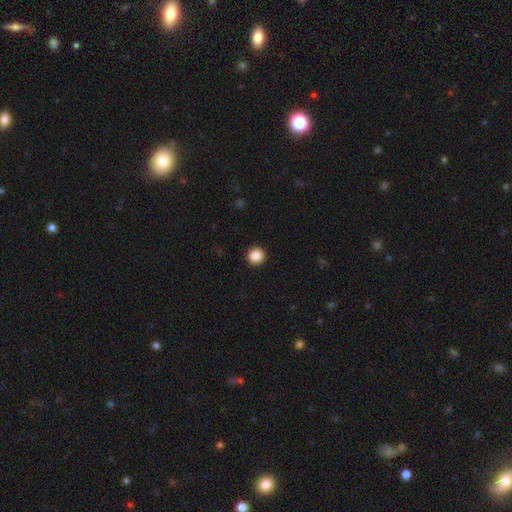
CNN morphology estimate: Smooth or featured? smooth (87%)
How rounded? round (96%)
Merging? none (94%)